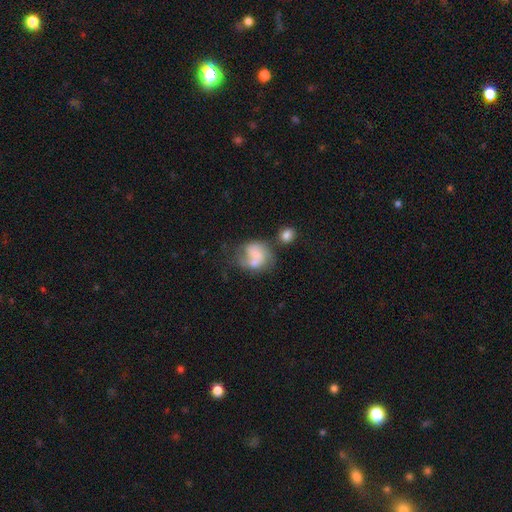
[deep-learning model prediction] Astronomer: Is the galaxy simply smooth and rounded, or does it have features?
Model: featured or disk — 54% (runner-up: smooth, 38%).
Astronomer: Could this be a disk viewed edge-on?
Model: no — 98%.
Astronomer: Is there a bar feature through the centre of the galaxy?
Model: no — 56% (runner-up: weak, 34%).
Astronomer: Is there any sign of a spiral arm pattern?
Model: yes — 68%.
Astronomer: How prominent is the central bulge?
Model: small — 44% (runner-up: moderate, 27%).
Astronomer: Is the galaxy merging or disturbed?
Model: merger — 35% (runner-up: none, 31%).